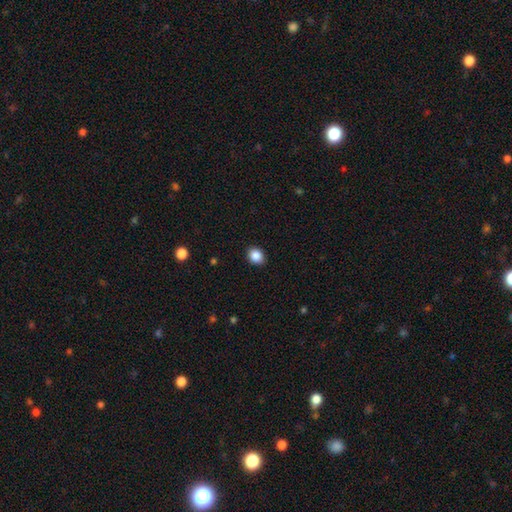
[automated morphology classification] Smooth or featured?
  - smooth: 87% *
  - star or artifact: 9%
  - featured or disk: 4%
How rounded?
  - round: 54% *
  - in between: 45%
  - cigar-shaped: 1%
Merging?
  - none: 90% *
  - minor disturbance: 7%
  - major disturbance: 2%
  - merger: 1%